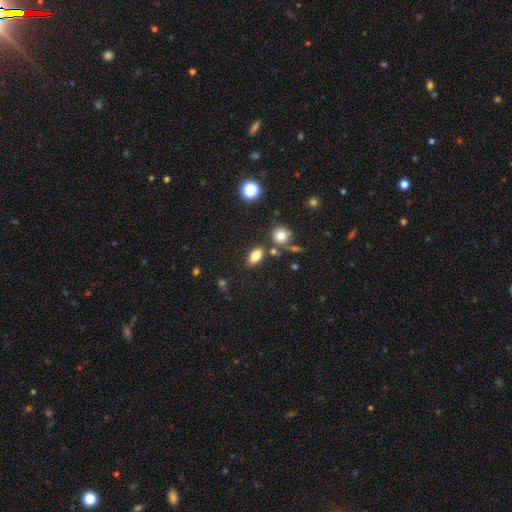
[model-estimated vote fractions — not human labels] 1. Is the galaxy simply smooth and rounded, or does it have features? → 77% smooth, 12% featured or disk, 11% star or artifact.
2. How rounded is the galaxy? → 83% in between, 10% round, 7% cigar-shaped.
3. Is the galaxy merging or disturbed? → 76% none, 11% minor disturbance, 9% merger, 4% major disturbance.